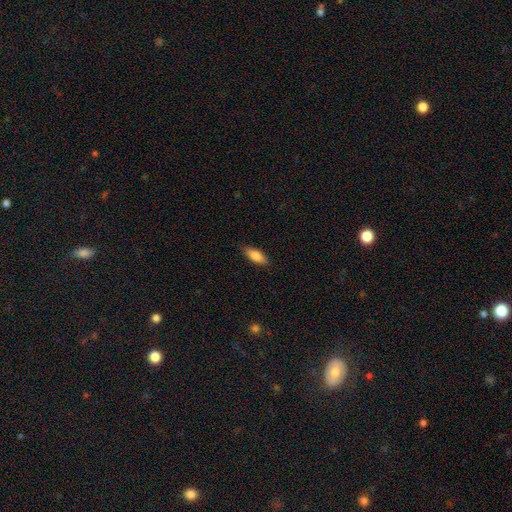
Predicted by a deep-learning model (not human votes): Morphology: type=smooth (82%); roundness=in between (70%); merging=none (86%).